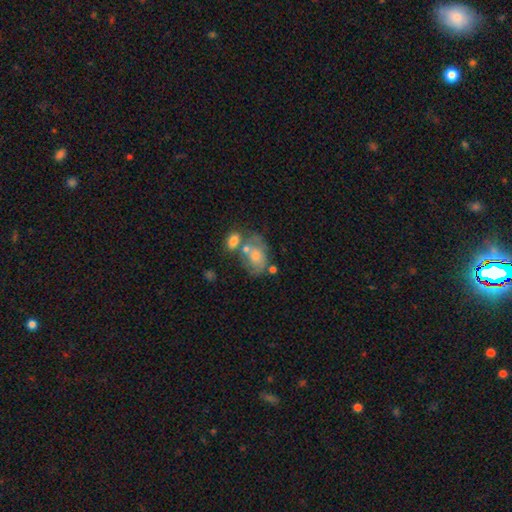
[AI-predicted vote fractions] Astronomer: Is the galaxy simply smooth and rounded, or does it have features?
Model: smooth — 49% (runner-up: featured or disk, 42%).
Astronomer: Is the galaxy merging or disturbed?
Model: merger — 36% (runner-up: none, 32%).